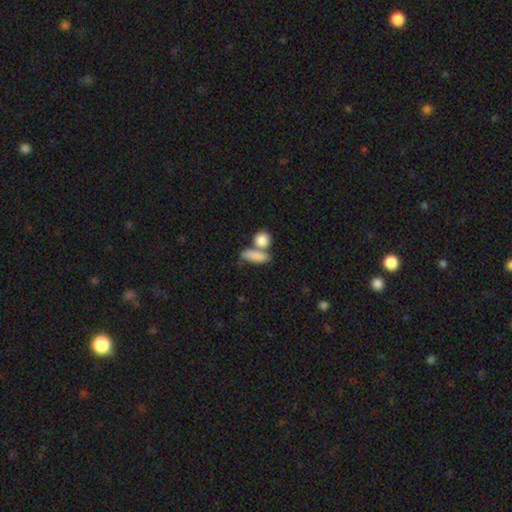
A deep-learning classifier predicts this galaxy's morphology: Q: Smooth or featured?
A: smooth (84%); runner-up: featured or disk (9%)
Q: How rounded?
A: in between (61%); runner-up: cigar-shaped (23%)
Q: Merging?
A: none (44%); runner-up: merger (39%)